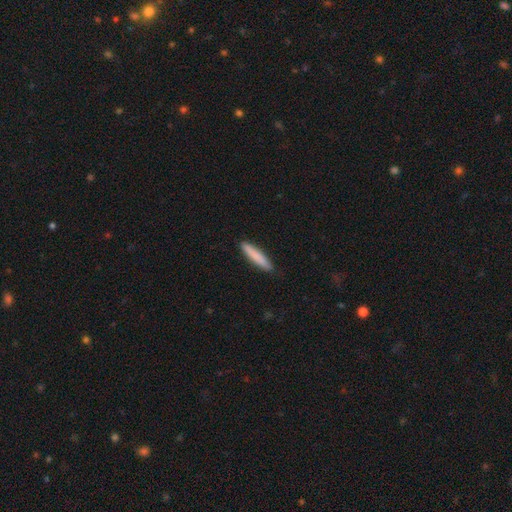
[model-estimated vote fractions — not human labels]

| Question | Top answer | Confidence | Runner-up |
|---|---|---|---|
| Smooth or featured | smooth | 84% | featured or disk (11%) |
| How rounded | cigar-shaped | 91% | in between (8%) |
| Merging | none | 90% | minor disturbance (8%) |